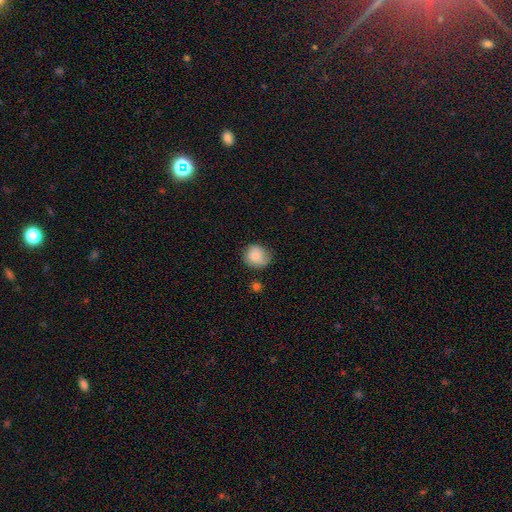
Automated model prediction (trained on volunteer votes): Morphology: type=smooth (79%); roundness=round (81%); merging=none (65%).